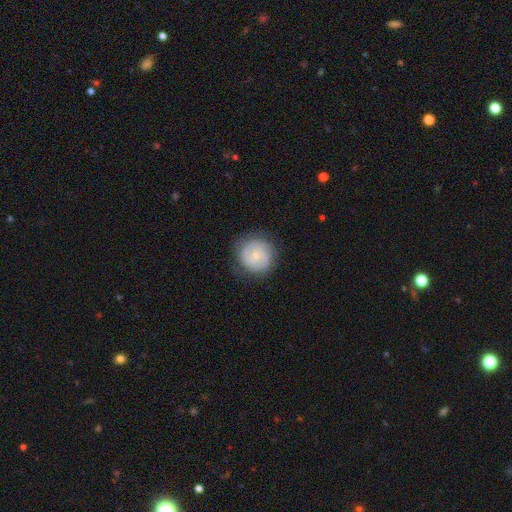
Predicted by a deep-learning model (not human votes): featured or disk 60%, smooth 33%, star or artifact 7%. Down the decision tree: edge-on disk — no (98%); bar — no (73%); spiral arms — yes (87%); spiral arm count — 2 (44%); spiral winding — tight (63%); bulge size — small (71%); merging — none (80%).